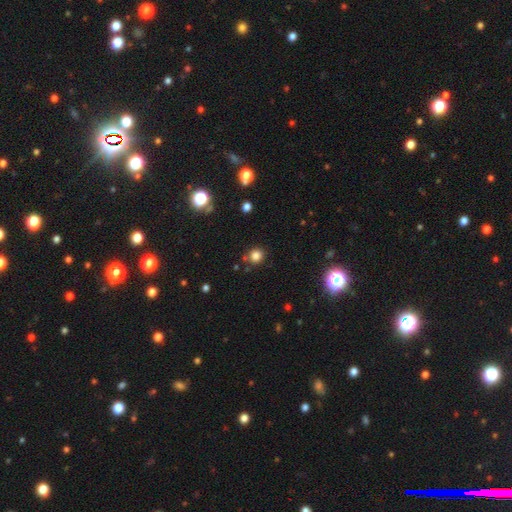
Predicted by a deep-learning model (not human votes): Smooth or featured? smooth (80%)
How rounded? round (88%)
Merging? none (81%)